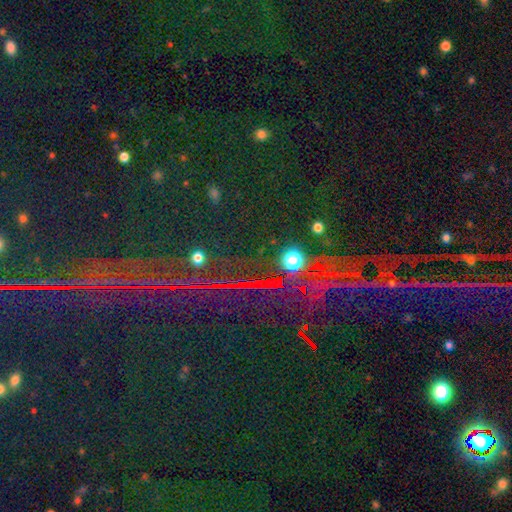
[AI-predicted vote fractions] Smooth or featured: star or artifact — 87% (featured or disk — 7%)